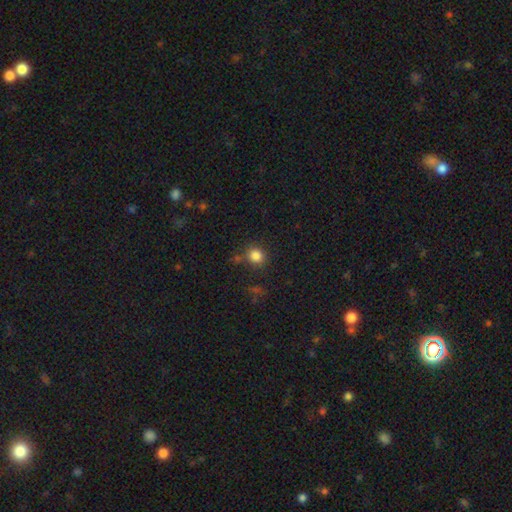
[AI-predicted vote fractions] The model was most divided on "how rounded": round: 81%, in between: 18%, cigar-shaped: 1%. More confident: smooth or featured — smooth (83%); merging — none (78%).